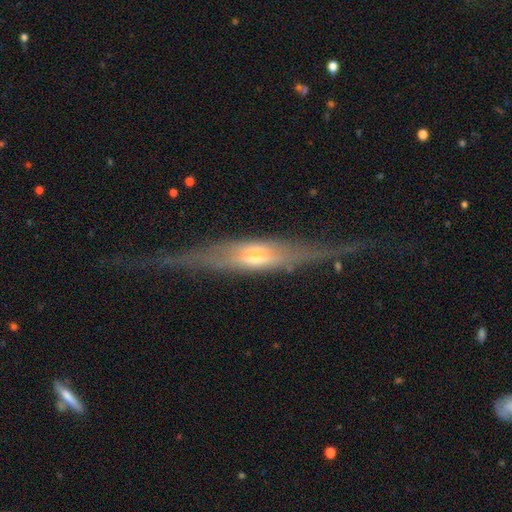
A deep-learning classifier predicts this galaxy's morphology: This appears to be a featured or disk galaxy (70%) viewed edge-on (85%) with a rounded central bulge (75%). Merging: none (66%).